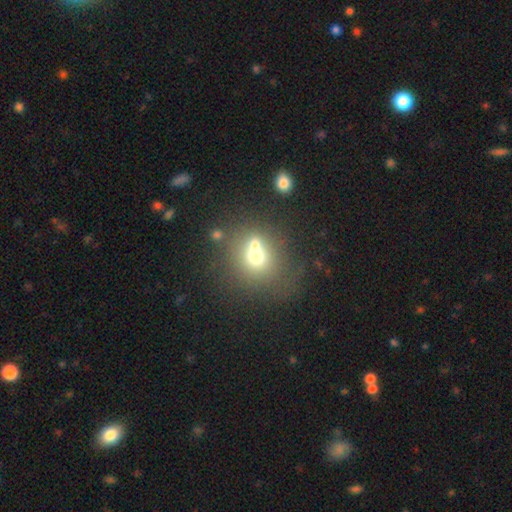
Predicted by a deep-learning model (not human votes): Smooth or featured?
  - smooth: 64% *
  - featured or disk: 20%
  - star or artifact: 15%
How rounded?
  - round: 78% *
  - in between: 21%
  - cigar-shaped: 1%
Merging?
  - merger: 47% *
  - none: 38%
  - minor disturbance: 9%
  - major disturbance: 6%